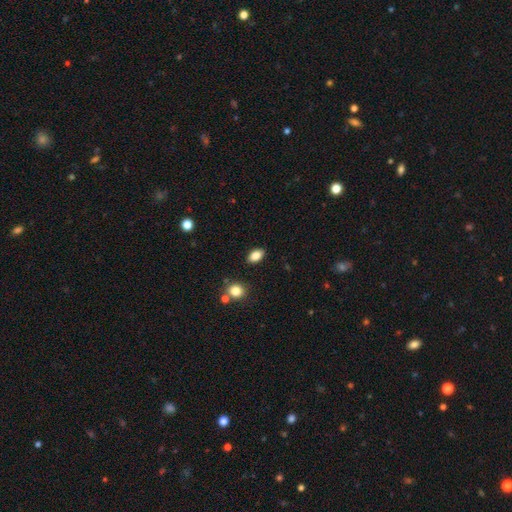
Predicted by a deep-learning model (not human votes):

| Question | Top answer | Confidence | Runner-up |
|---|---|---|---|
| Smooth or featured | smooth | 83% | star or artifact (9%) |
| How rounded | in between | 88% | round (9%) |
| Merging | none | 87% | minor disturbance (9%) |